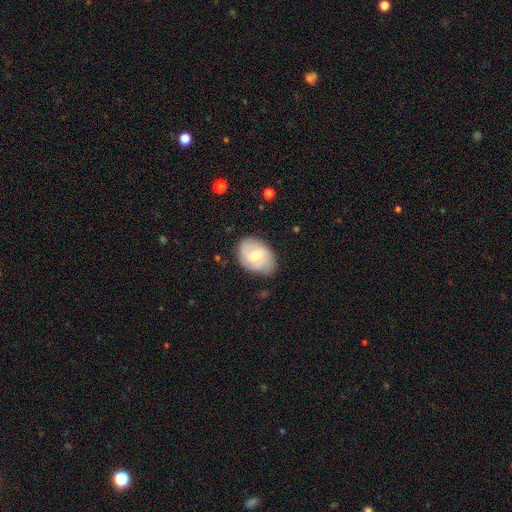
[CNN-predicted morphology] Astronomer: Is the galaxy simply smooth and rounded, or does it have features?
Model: featured or disk — 54% (runner-up: smooth, 40%).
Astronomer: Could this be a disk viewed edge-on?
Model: no — 96%.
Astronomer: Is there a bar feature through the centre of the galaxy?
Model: weak — 49% (runner-up: no, 42%).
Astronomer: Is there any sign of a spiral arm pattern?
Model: yes — 82%.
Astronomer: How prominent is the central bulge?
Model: moderate — 58% (runner-up: small, 36%).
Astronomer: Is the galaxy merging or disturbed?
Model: none — 74%.